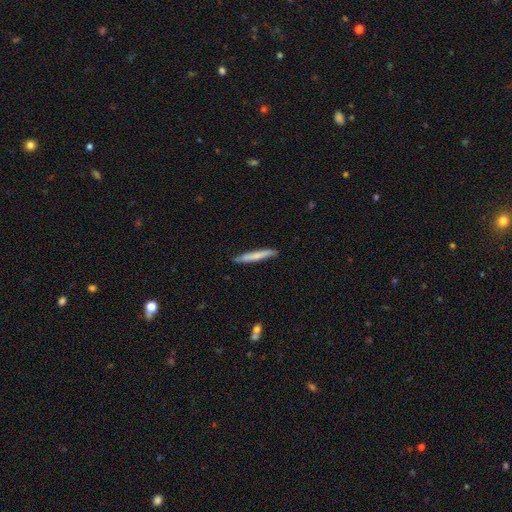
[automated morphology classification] A smooth galaxy with no disk features (70%) that is cigar-shaped (96%).

Vote fractions:
- Smooth or featured? smooth: 70% / featured or disk: 25% / star or artifact: 5%
- How rounded? cigar-shaped: 96% / in between: 3% / round: 1%
- Merging? none: 88% / minor disturbance: 10% / major disturbance: 1% / merger: 1%